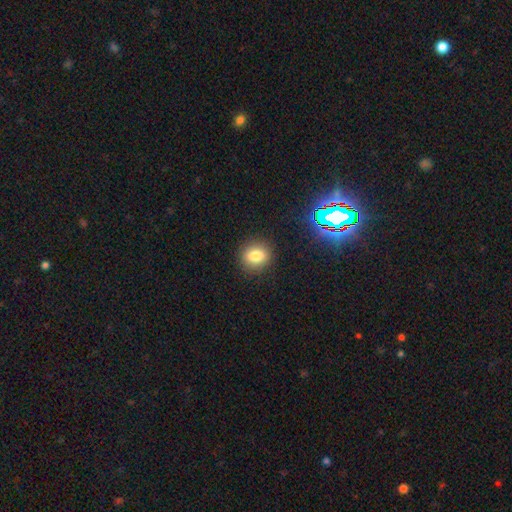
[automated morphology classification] Smooth or featured: smooth — 81% (star or artifact — 12%)
How rounded: round — 67% (in between — 31%)
Merging: none — 88% (minor disturbance — 8%)